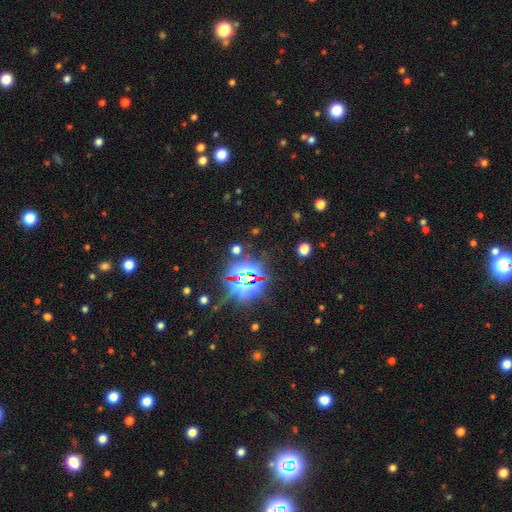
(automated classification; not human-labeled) This is clearly a star or artifact rather than a galaxy (83%).